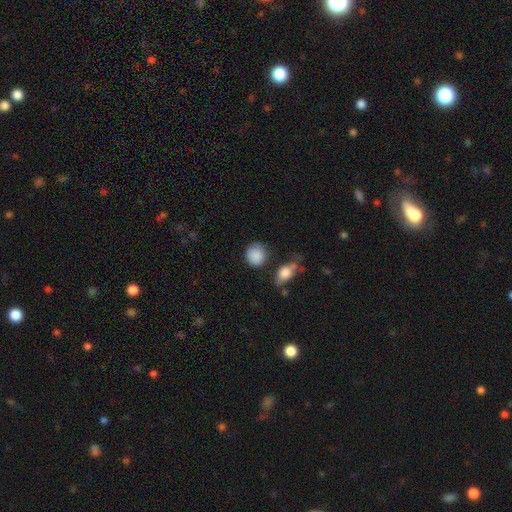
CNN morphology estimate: The model was most divided on "merging": none: 73%, minor disturbance: 16%, major disturbance: 5%, merger: 5%. More confident: smooth or featured — smooth (87%); how rounded — round (84%).